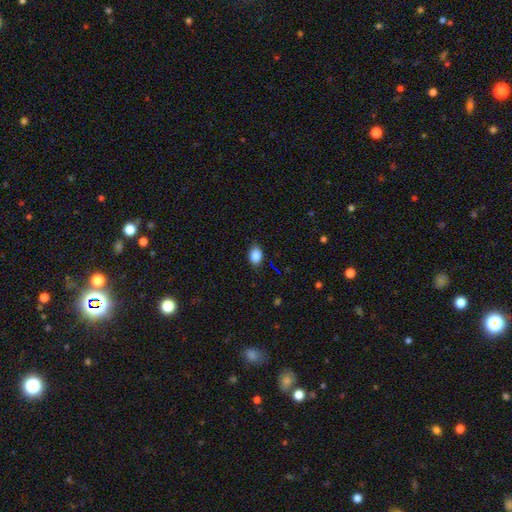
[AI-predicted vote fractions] Morphology: type=smooth (86%); roundness=in between (73%); merging=none (86%).